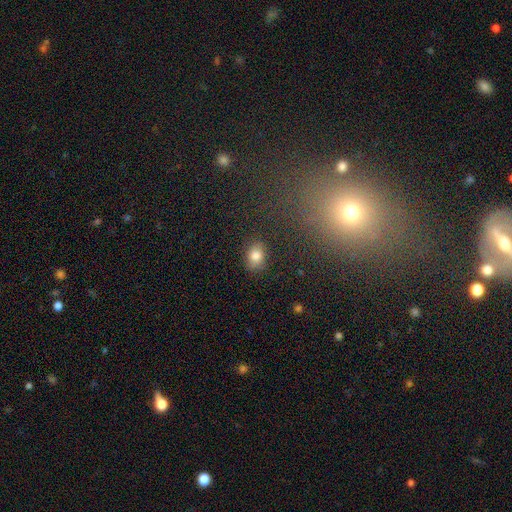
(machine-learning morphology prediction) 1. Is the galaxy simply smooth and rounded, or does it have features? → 81% smooth, 10% star or artifact, 9% featured or disk.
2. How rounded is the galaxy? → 67% in between, 31% round, 2% cigar-shaped.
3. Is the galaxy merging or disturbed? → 83% none, 13% minor disturbance, 3% major disturbance, 2% merger.